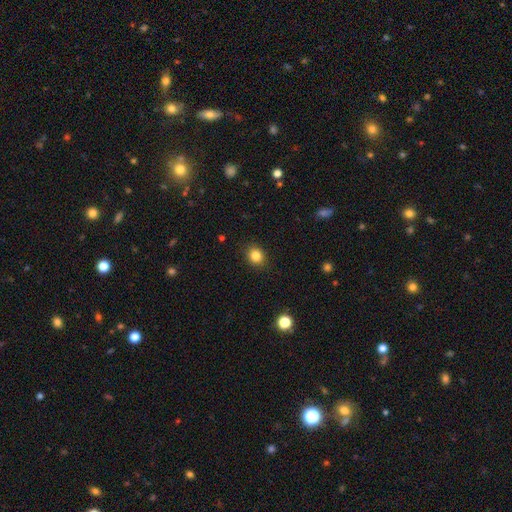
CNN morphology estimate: Smooth or featured: smooth — 84% (star or artifact — 11%)
How rounded: round — 70% (in between — 29%)
Merging: none — 88% (minor disturbance — 8%)